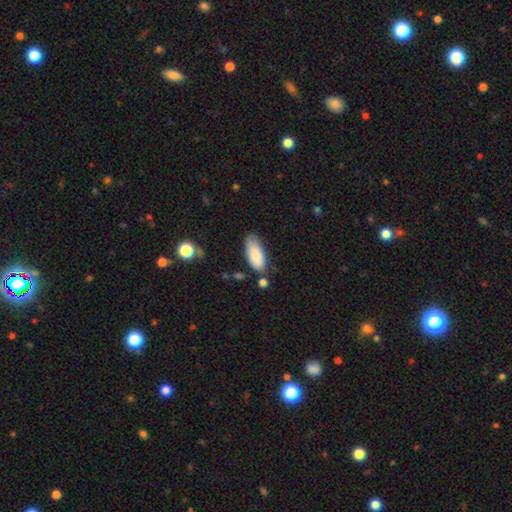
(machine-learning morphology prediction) smooth 86%, featured or disk 7%, star or artifact 7%. Down the decision tree: how rounded — in between (83%); merging — none (67%).